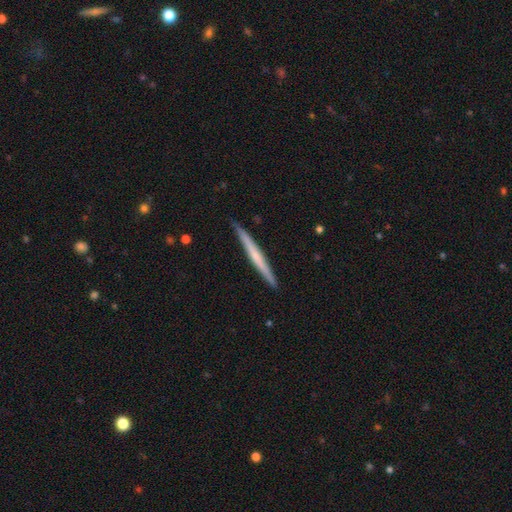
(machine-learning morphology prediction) Overall: featured or disk (51%; smooth 44%). Edge-on disk: yes (97%). Merging: none (90%).